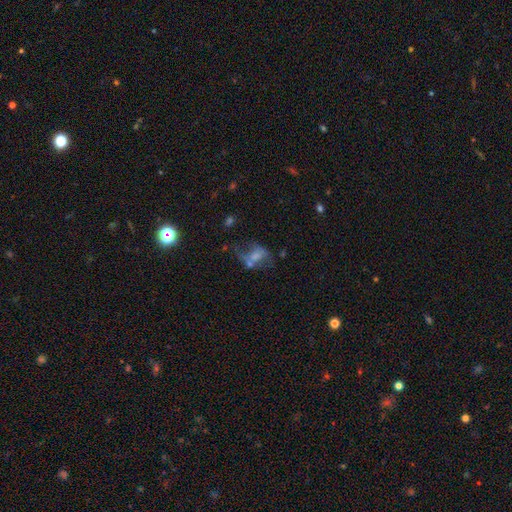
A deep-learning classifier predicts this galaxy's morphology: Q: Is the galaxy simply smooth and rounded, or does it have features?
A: featured or disk — 43%.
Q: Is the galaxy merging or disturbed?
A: none — 33%.